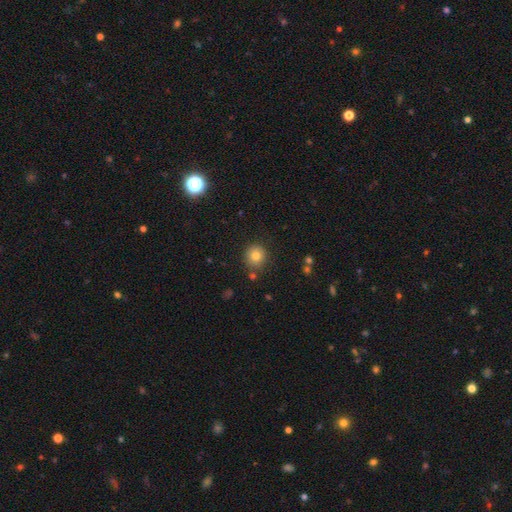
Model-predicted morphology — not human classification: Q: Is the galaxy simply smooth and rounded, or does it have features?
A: smooth — 79%.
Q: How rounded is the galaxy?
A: round — 91%.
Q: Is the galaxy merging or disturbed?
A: none — 84%.